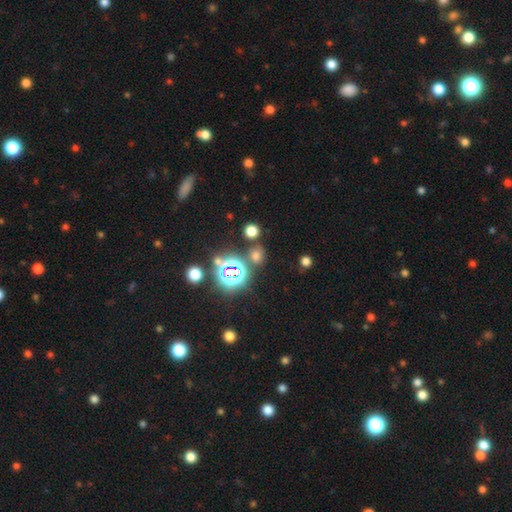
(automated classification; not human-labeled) Smooth or featured: smooth — 54% (star or artifact — 39%)
How rounded: round — 75% (in between — 23%)
Merging: none — 77% (minor disturbance — 10%)